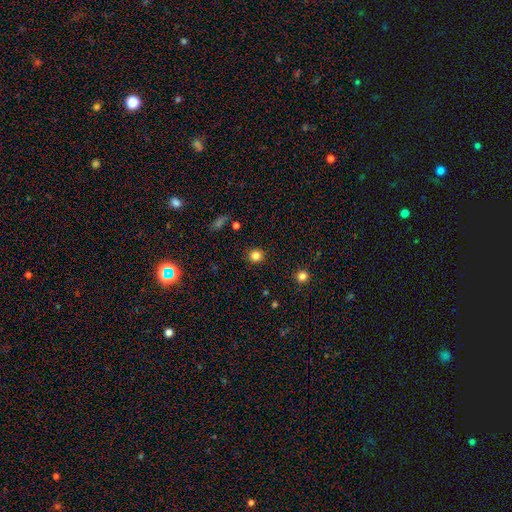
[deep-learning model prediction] Smooth or featured? smooth (82%)
How rounded? round (89%)
Merging? none (90%)